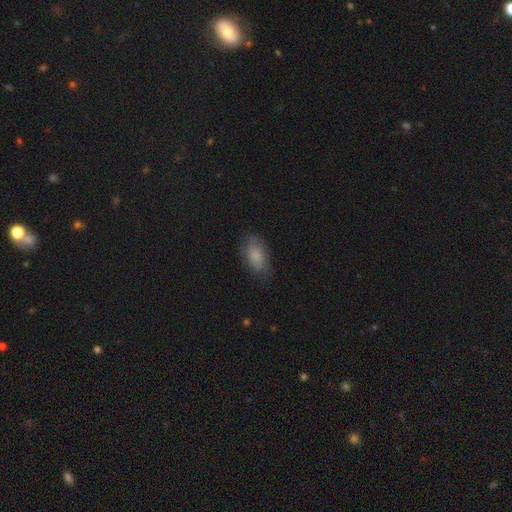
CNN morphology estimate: Smooth or featured? smooth (83%)
How rounded? in between (91%)
Merging? none (77%)